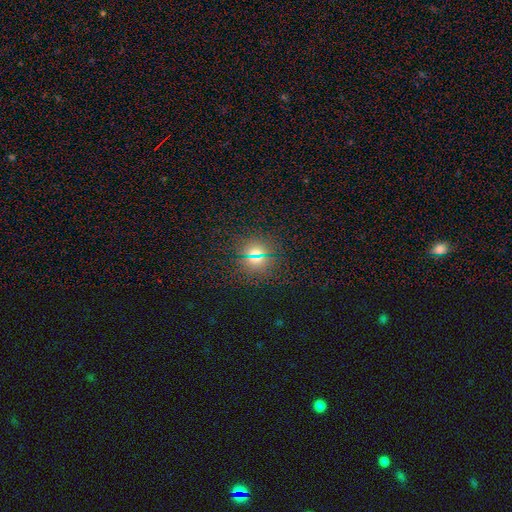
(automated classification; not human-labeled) A smooth galaxy with no disk features (48%).

Vote fractions:
- Smooth or featured? smooth: 48% / star or artifact: 41% / featured or disk: 11%
- Merging? none: 85% / minor disturbance: 8% / major disturbance: 4% / merger: 3%